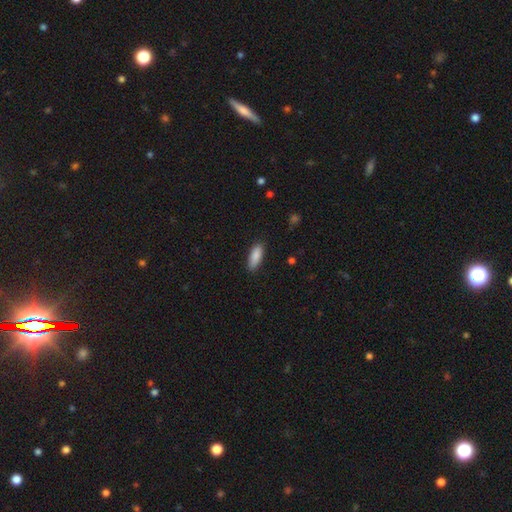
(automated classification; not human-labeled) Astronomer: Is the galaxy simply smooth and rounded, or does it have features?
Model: smooth — 89%.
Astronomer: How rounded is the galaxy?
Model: in between — 70%.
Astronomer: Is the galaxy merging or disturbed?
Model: none — 86%.